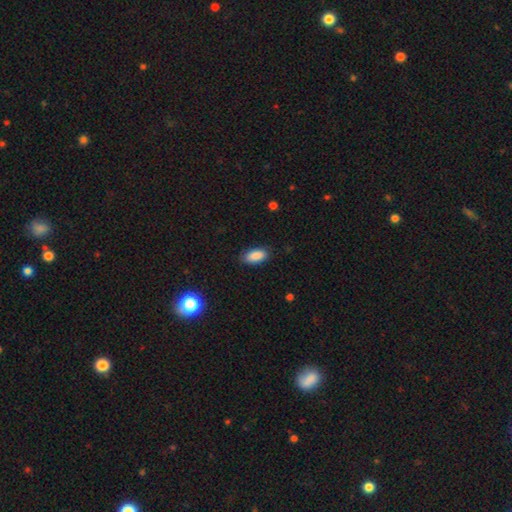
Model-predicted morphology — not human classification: This is clearly a smooth galaxy (88%). How rounded: clearly in between (91%). Merging: clearly none (84%).